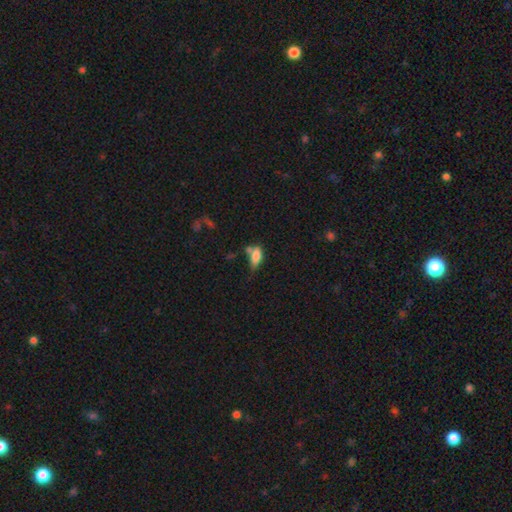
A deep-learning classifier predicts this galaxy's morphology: smooth_or_featured: smooth (p=0.76) [alt: featured or disk p=0.15]
how_rounded: in between (p=0.83) [alt: cigar-shaped p=0.12]
merging: none (p=0.33) [alt: minor disturbance p=0.27]